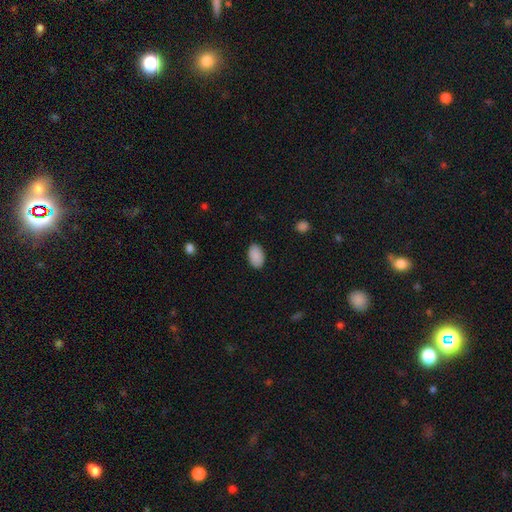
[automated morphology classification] Q: Smooth or featured?
A: smooth (90%); runner-up: star or artifact (7%)
Q: How rounded?
A: in between (92%); runner-up: round (7%)
Q: Merging?
A: none (88%); runner-up: minor disturbance (9%)